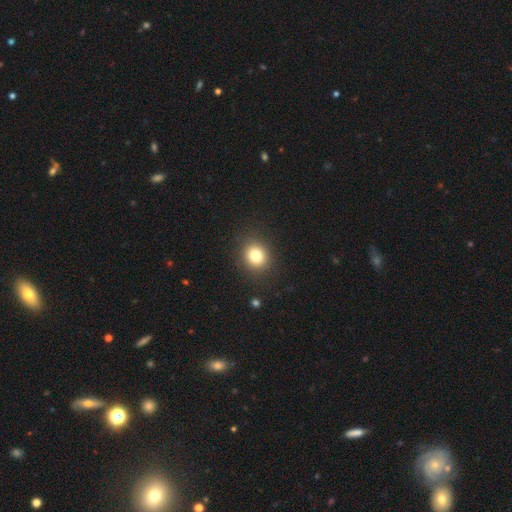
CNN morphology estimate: Smooth or featured: smooth — 79% (star or artifact — 12%)
How rounded: round — 79% (in between — 20%)
Merging: none — 88% (minor disturbance — 7%)